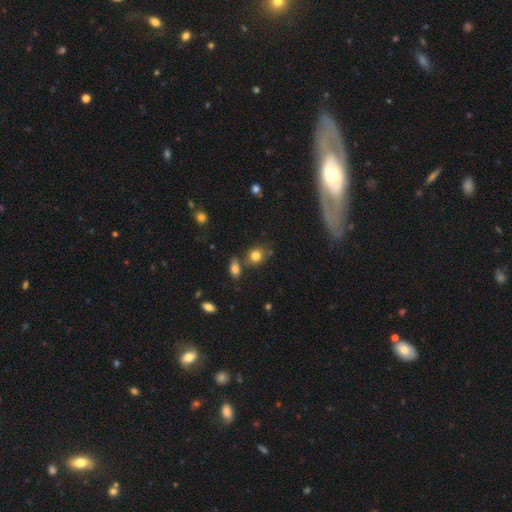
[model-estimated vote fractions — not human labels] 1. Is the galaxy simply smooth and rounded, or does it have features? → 80% smooth, 12% star or artifact, 8% featured or disk.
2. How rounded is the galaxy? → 73% round, 26% in between, 2% cigar-shaped.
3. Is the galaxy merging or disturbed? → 71% none, 13% merger, 12% minor disturbance, 4% major disturbance.